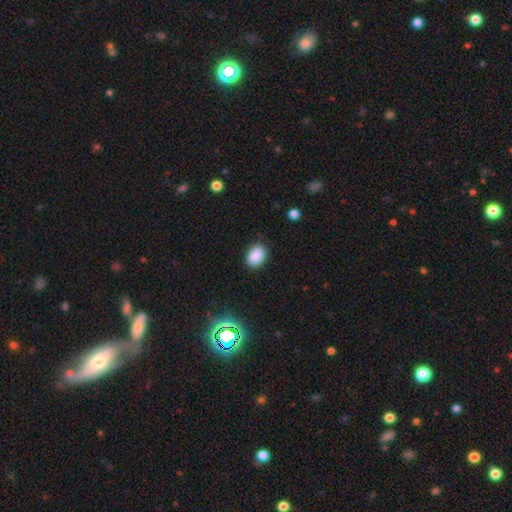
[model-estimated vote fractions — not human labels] smooth_or_featured: smooth (p=0.88) [alt: star or artifact p=0.09]
how_rounded: in between (p=0.81) [alt: round p=0.18]
merging: none (p=0.85) [alt: minor disturbance p=0.11]